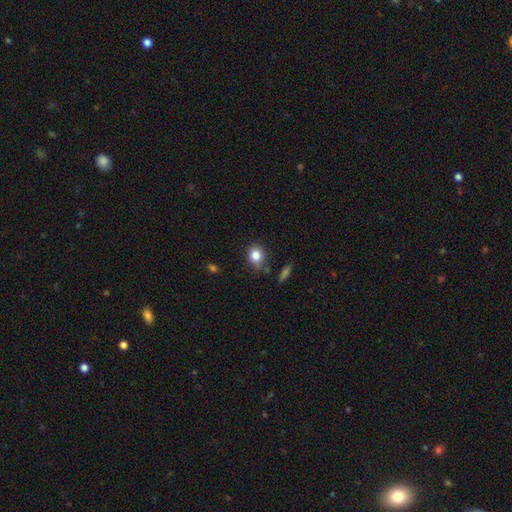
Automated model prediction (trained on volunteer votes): smooth-or-featured: smooth: 83% | star or artifact: 10% | featured or disk: 7%
  how-rounded: round: 64% | in between: 35% | cigar-shaped: 1%
  merging: none: 76% | minor disturbance: 16% | merger: 4% | major disturbance: 4%